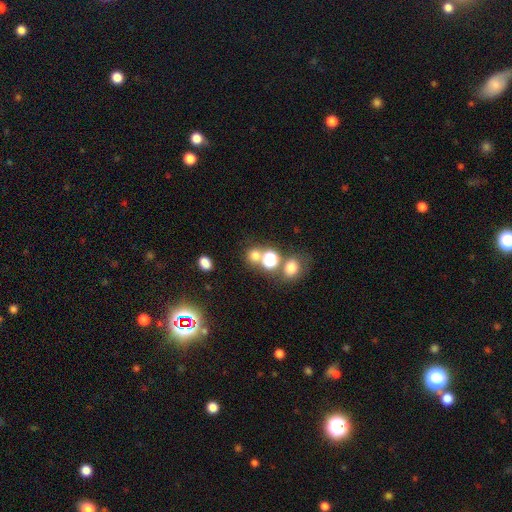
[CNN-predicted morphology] Overall: smooth (67%). How rounded: round (84%). Merging: none (61%; merger 27%).